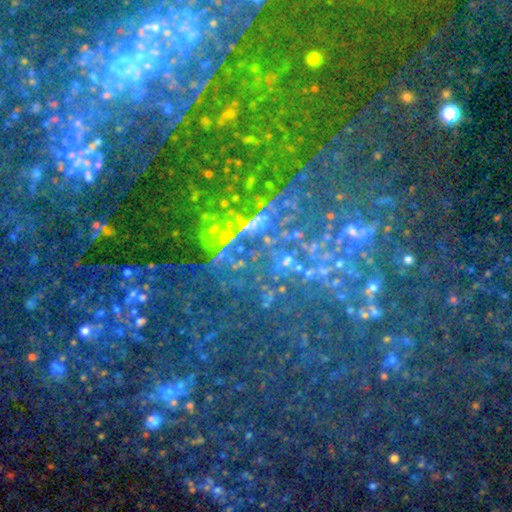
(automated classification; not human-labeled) This is likely a star or artifact rather than a galaxy (72%).